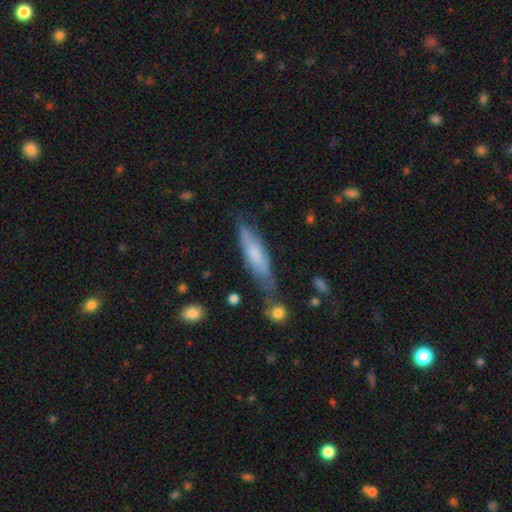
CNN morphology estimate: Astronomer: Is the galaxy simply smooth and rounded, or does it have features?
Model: smooth — 59% (runner-up: featured or disk, 35%).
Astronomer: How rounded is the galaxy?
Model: cigar-shaped — 66%.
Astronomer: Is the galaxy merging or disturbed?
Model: none — 57%.